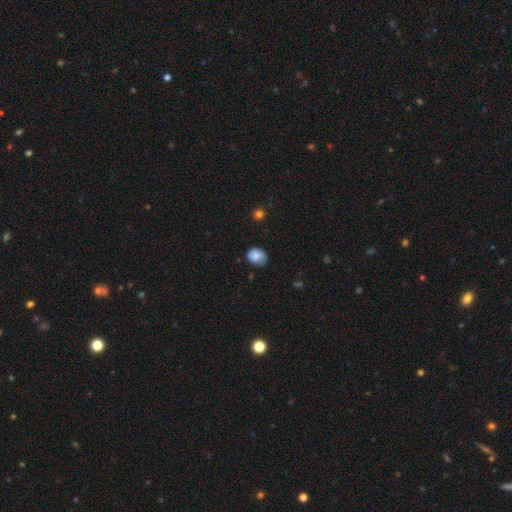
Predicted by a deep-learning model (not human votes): Overall: smooth (81%). How rounded: round (52%; in between 48%). Merging: none (60%; minor disturbance 31%).